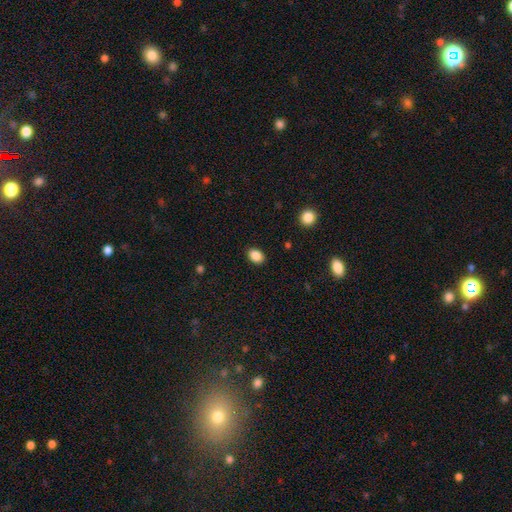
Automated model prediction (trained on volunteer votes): Smooth or featured? Predicted: smooth (p=0.88). How rounded? Predicted: in between (p=0.74). Merging? Predicted: none (p=0.88).